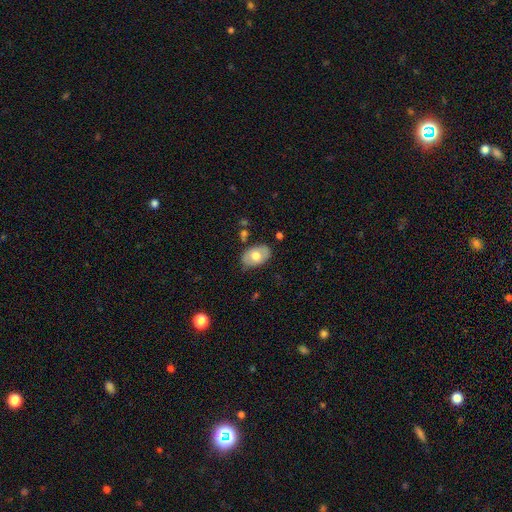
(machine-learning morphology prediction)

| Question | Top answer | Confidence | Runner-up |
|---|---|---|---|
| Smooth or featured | smooth | 62% | featured or disk (32%) |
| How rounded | in between | 89% | round (10%) |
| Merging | none | 78% | minor disturbance (16%) |